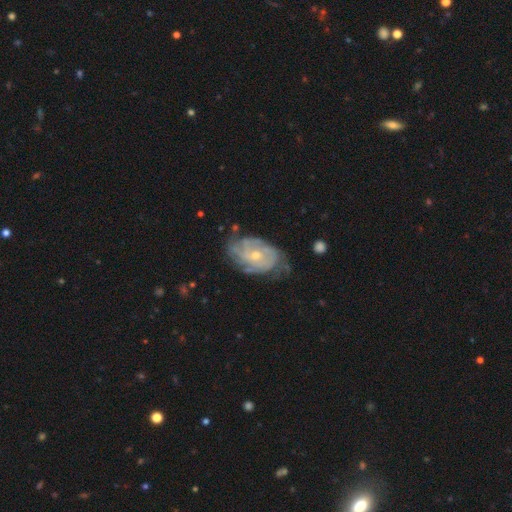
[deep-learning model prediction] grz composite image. It shows a featured or disk galaxy (79%) with no bar (76%), tight (62%) spiral arms (87%) and a small central bulge (56%). Merging: none (63%).